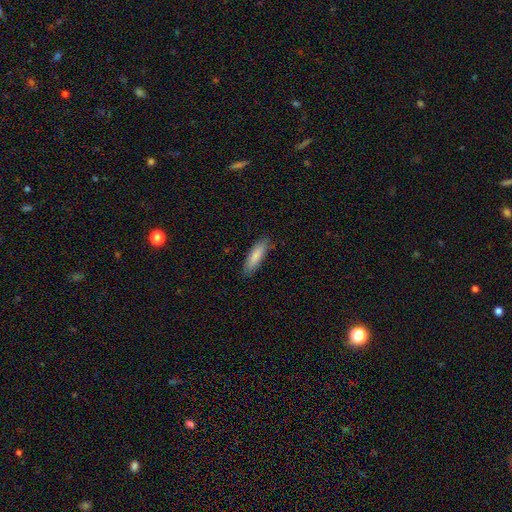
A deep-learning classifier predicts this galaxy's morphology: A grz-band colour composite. It shows a smooth galaxy with no disk features (85%) that is cigar-shaped (63%). Merging: none (85%).